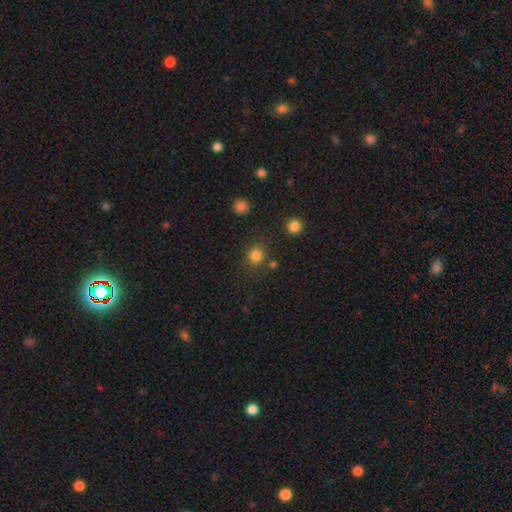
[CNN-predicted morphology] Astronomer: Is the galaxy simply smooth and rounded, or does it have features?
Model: smooth — 81%.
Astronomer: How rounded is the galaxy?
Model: round — 87%.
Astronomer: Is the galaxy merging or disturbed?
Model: none — 79%.